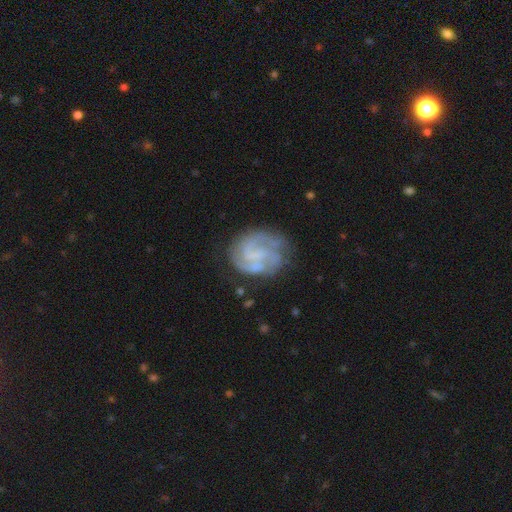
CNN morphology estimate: featured or disk 77%, smooth 17%, star or artifact 7%. Down the decision tree: edge-on disk — no (98%); bar — no (54%); spiral arms — yes (89%); spiral arm count — 3 (32%); spiral winding — tight (43%); bulge size — none (60%); merging — none (67%).